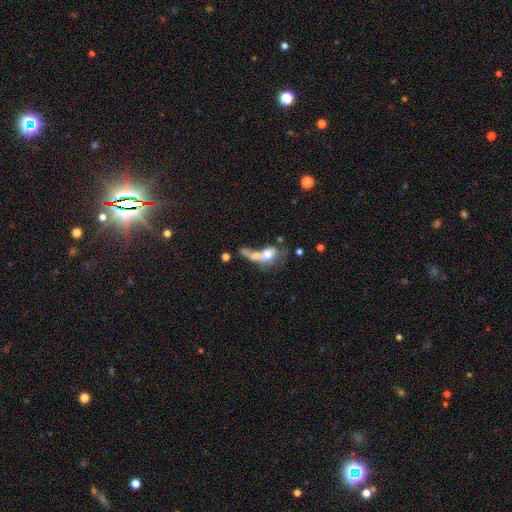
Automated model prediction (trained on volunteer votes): smooth-or-featured: smooth: 58% | featured or disk: 33% | star or artifact: 10%
  how-rounded: in between: 59% | round: 31% | cigar-shaped: 10%
  merging: merger: 64% | major disturbance: 17% | none: 12% | minor disturbance: 7%